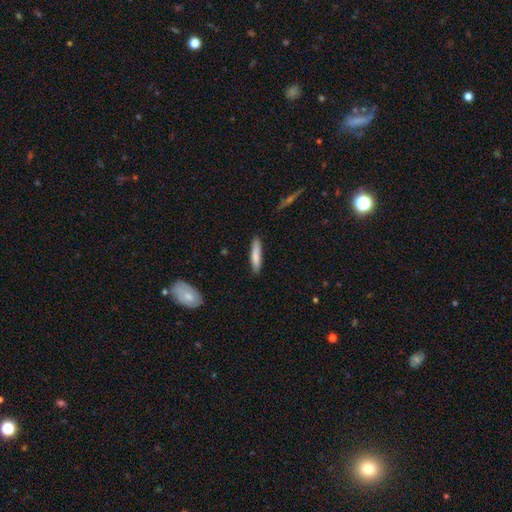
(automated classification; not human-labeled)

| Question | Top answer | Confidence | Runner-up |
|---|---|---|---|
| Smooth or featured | smooth | 80% | featured or disk (14%) |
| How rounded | cigar-shaped | 83% | in between (15%) |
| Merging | none | 85% | minor disturbance (12%) |